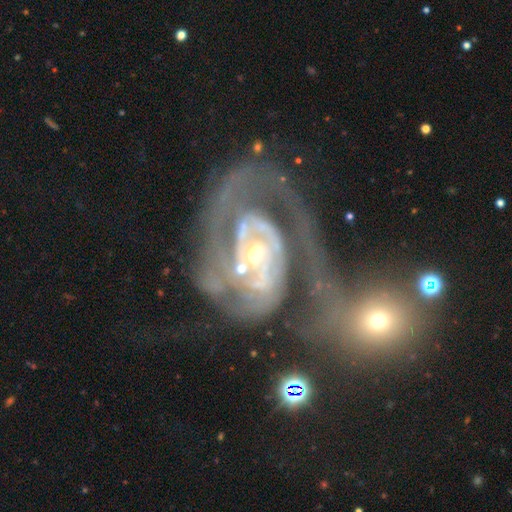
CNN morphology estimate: Smooth or featured?
  - featured or disk: 89% *
  - star or artifact: 6%
  - smooth: 5%
Edge-on disk?
  - no: 97% *
  - yes: 3%
Bar?
  - no: 55% *
  - weak: 30%
  - strong: 14%
Spiral arms?
  - yes: 93% *
  - no: 7%
Spiral winding?
  - tight: 57% *
  - medium: 33%
  - loose: 10%
Spiral arm count?
  - 2: 44% *
  - can't tell: 23%
  - 3: 13%
  - 1: 11%
  - 4: 5%
  - more than 4: 5%
Bulge size?
  - small: 64% *
  - moderate: 29%
  - none: 3%
  - large: 2%
  - dominant: 1%
Merging?
  - merger: 38% *
  - major disturbance: 28%
  - none: 21%
  - minor disturbance: 13%